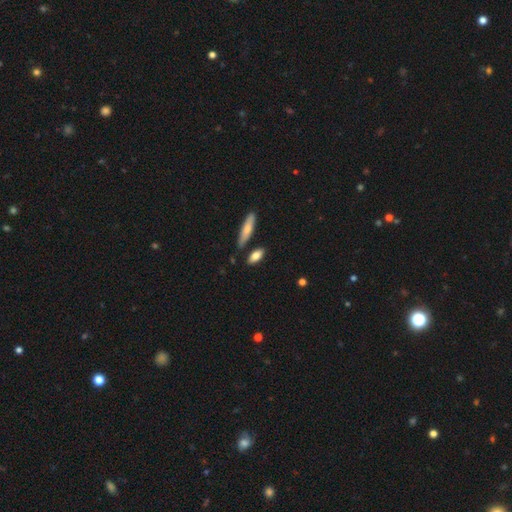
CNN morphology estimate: The model was most divided on "how rounded": in between: 68%, cigar-shaped: 28%, round: 4%. More confident: smooth or featured — smooth (80%); merging — none (78%).